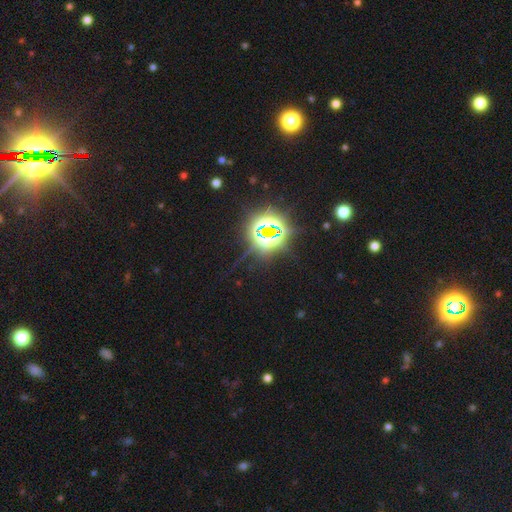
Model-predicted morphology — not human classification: type=star or artifact (82%).